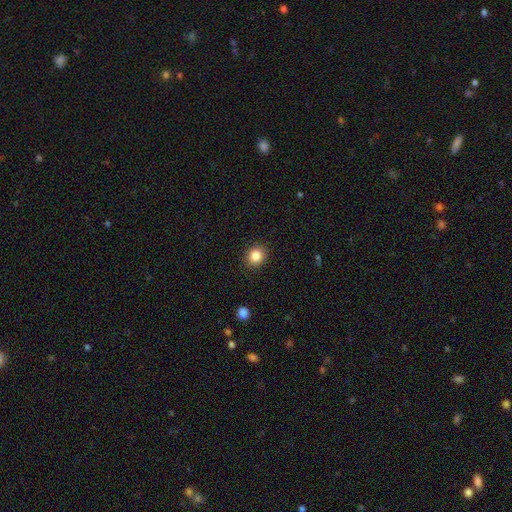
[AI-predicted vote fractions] Morphology: type=smooth (85%); roundness=round (83%); merging=none (90%).